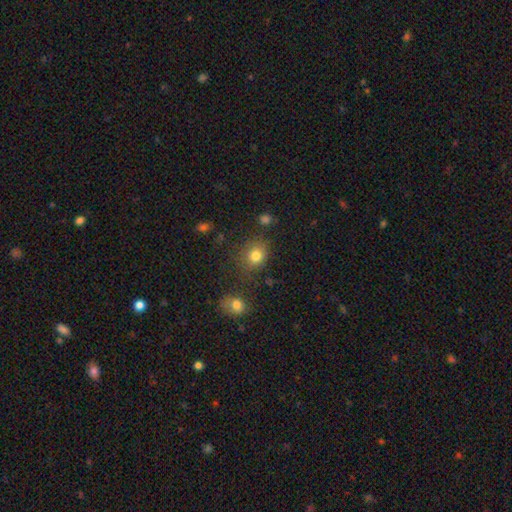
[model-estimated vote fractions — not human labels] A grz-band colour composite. It shows a smooth galaxy with no disk features (80%) that is round (72%). Merging: none (77%).